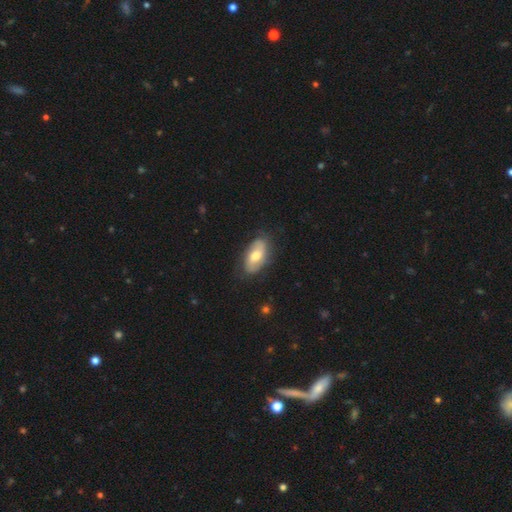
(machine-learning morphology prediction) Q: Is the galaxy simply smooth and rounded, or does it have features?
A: featured or disk — 52%.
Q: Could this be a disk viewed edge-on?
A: no — 91%.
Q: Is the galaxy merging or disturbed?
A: none — 78%.